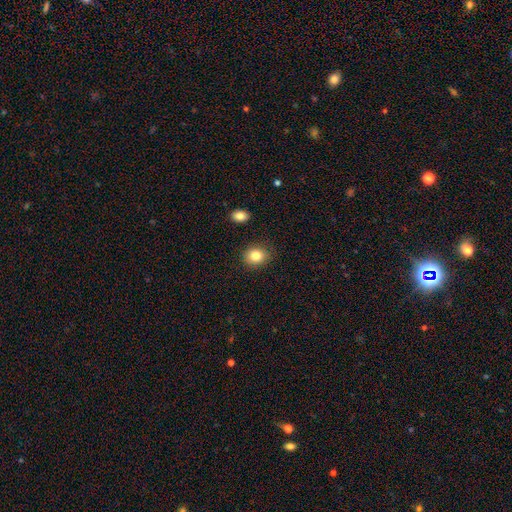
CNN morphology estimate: type=smooth (84%); roundness=round (59%); merging=none (86%).